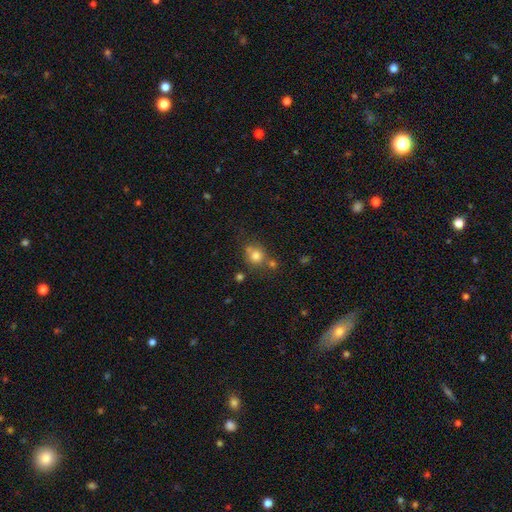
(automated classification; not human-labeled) Morphology: type=smooth (78%); roundness=round (78%); merging=none (58%).